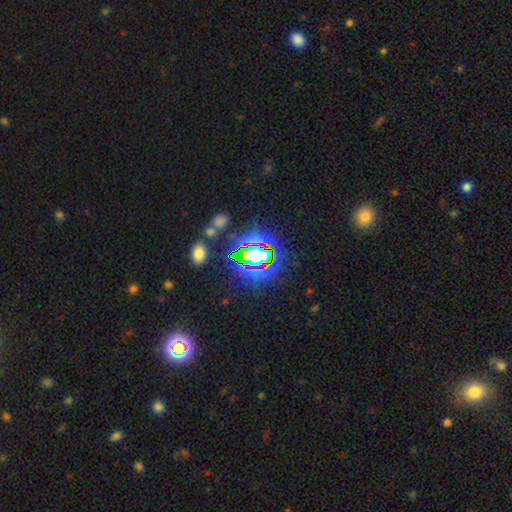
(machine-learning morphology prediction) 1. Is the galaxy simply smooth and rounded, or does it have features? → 70% star or artifact, 18% smooth, 12% featured or disk.